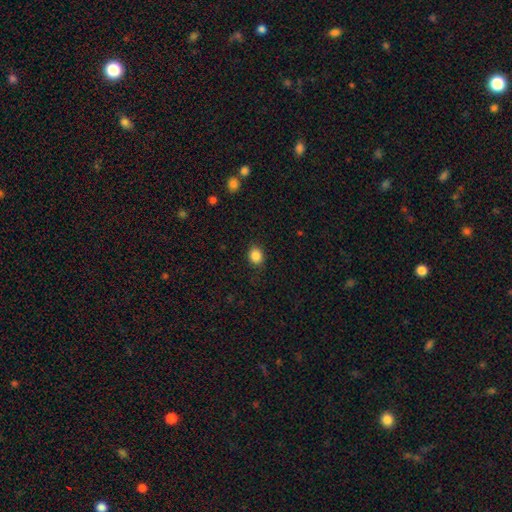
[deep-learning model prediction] A smooth galaxy with no disk features (86%) that is round (52%). Merging: none (86%).